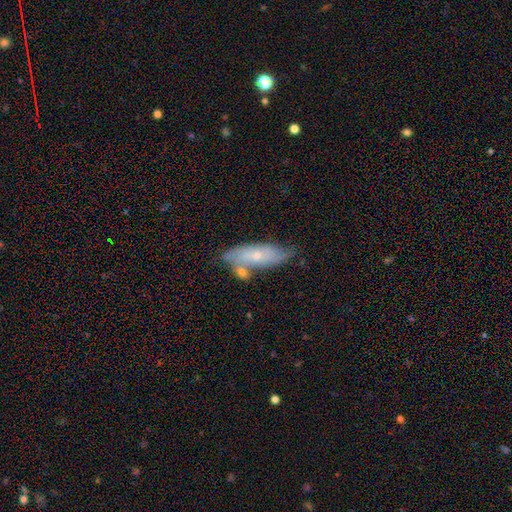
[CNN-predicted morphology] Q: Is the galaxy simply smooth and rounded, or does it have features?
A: featured or disk — 47%.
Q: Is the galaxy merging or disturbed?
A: none — 47%.